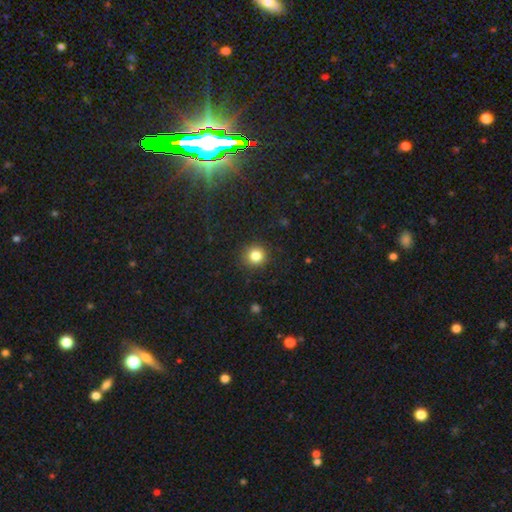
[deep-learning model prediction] Overall: smooth (82%). How rounded: round (93%). Merging: none (91%).